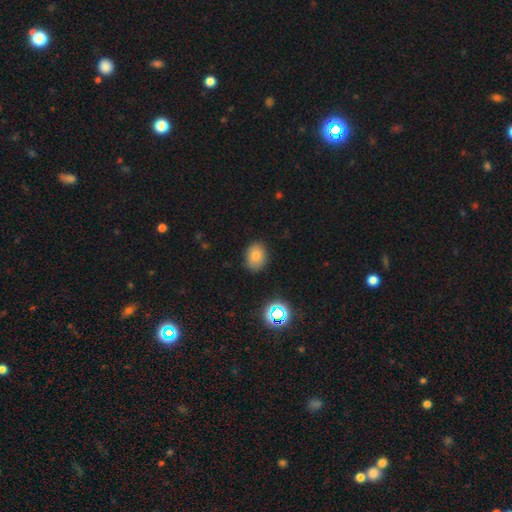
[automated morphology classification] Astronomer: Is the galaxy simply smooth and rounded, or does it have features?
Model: smooth — 79%.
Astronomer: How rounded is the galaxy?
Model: in between — 64%.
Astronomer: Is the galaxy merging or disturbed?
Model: none — 83%.